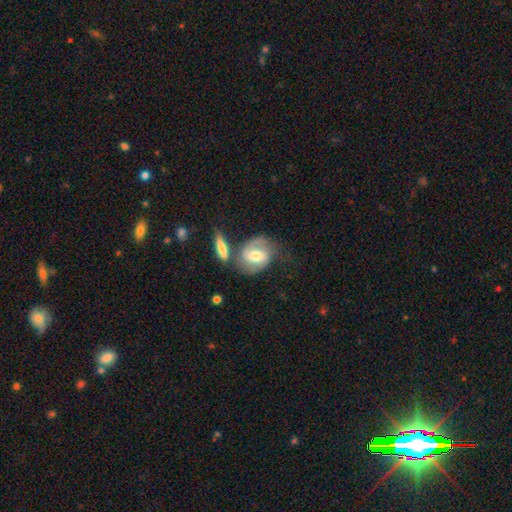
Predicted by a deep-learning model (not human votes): A featured or disk galaxy (61%) with a weak bar (47%), spiral arms (86%) and a moderate central bulge (65%). Merging: none (47%).